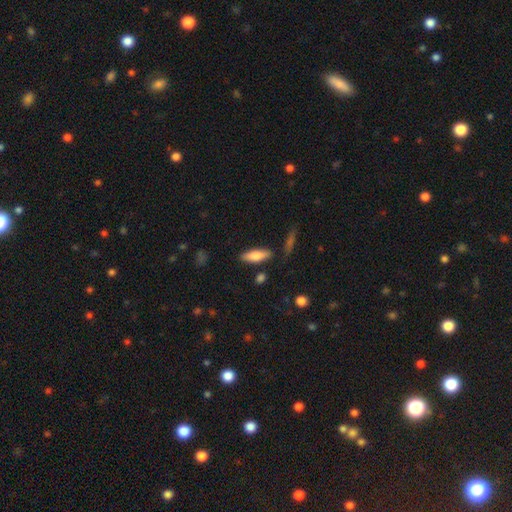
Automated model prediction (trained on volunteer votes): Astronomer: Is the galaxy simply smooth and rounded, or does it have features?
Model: smooth — 74%.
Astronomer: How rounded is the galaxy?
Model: in between — 55% (runner-up: cigar-shaped, 43%).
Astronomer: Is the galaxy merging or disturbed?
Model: none — 83%.